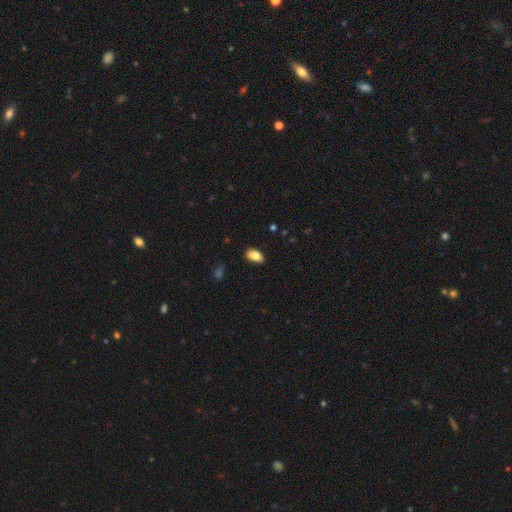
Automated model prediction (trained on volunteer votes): The model was most divided on "merging": none: 82%, minor disturbance: 14%, major disturbance: 2%, merger: 1%. More confident: how rounded — in between (92%); smooth or featured — smooth (85%).